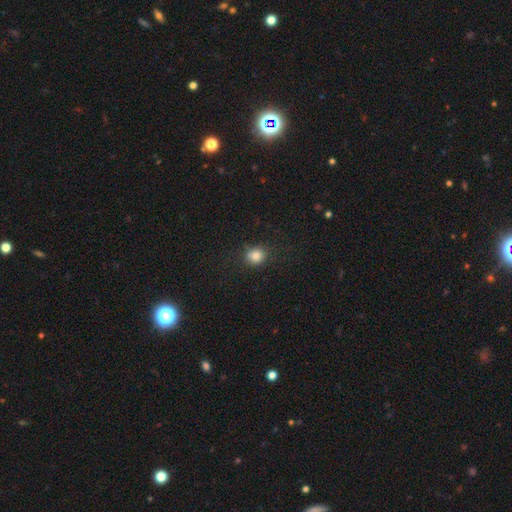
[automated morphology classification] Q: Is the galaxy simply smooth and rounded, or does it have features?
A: smooth — 81%.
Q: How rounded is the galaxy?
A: round — 75%.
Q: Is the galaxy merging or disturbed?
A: none — 77%.